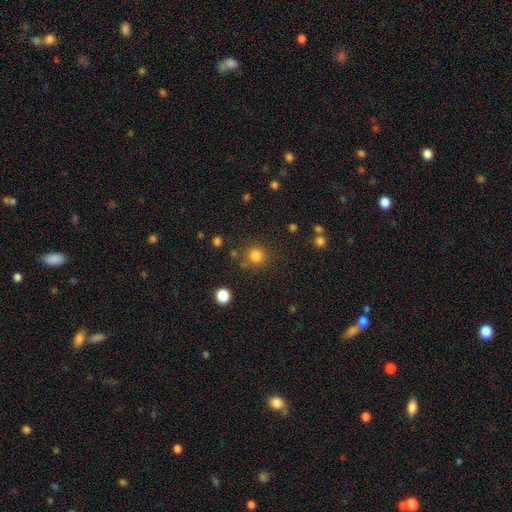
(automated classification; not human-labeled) This appears to be a smooth galaxy with no disk features (81%) that is round (93%). Merging: none (81%).